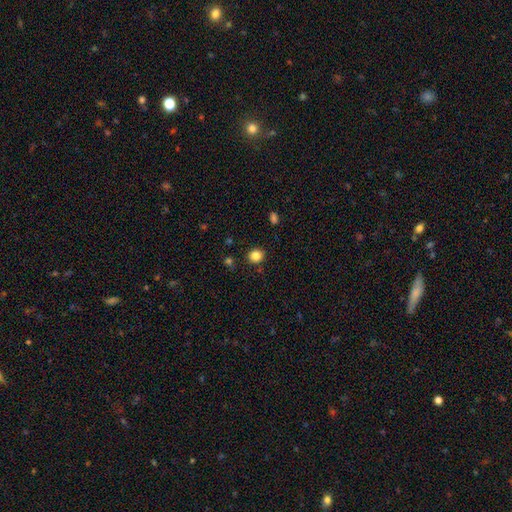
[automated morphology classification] This appears to be a smooth galaxy with no disk features (85%) that is round (77%). Merging: none (88%).